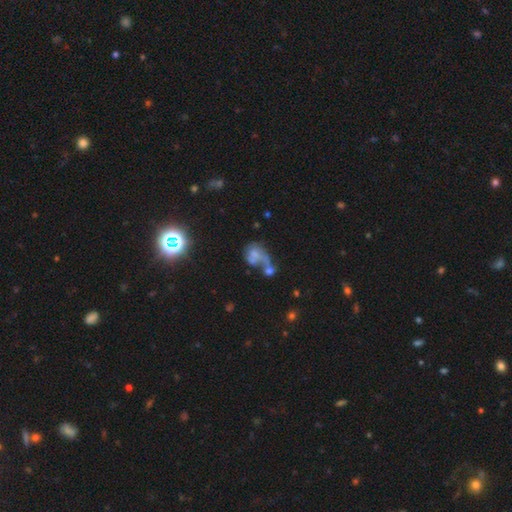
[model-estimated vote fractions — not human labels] Q: Smooth or featured?
A: smooth (44%); runner-up: featured or disk (38%)
Q: Merging?
A: merger (37%); runner-up: major disturbance (30%)